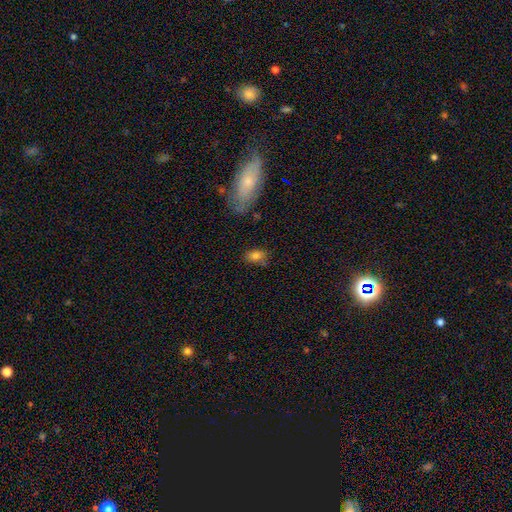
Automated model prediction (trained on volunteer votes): This is likely a smooth galaxy (78%). How rounded: clearly in between (83%). Merging: likely none (64%).